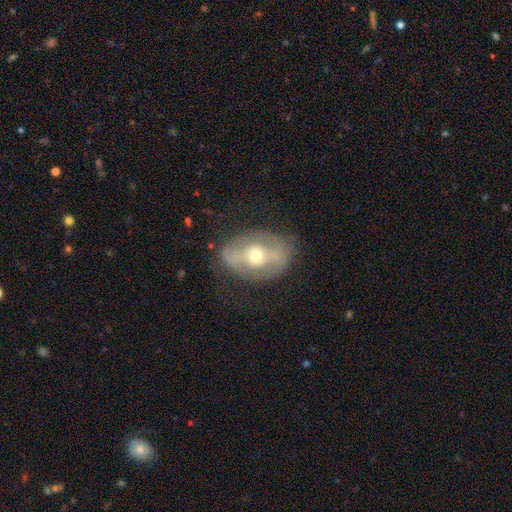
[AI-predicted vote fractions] Morphology: type=featured or disk (70%); edge-on=no (91%); bar=strong (36%); spiral arms=yes (53%); bulge=moderate (68%); merging=none (71%).